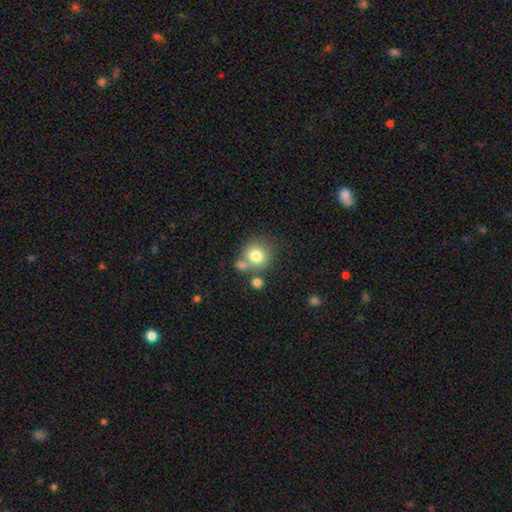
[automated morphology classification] smooth_or_featured: smooth (p=0.77) [alt: featured or disk p=0.12]
how_rounded: round (p=0.87) [alt: in between p=0.12]
merging: none (p=0.59) [alt: merger p=0.24]